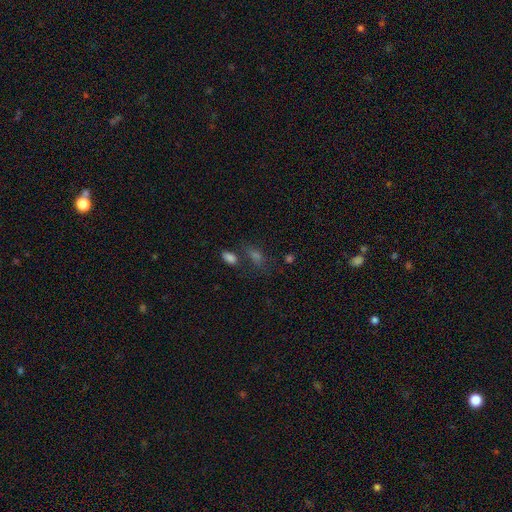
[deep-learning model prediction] Smooth or featured: smooth — 53% (star or artifact — 31%)
How rounded: in between — 75% (round — 17%)
Merging: none — 54% (merger — 23%)